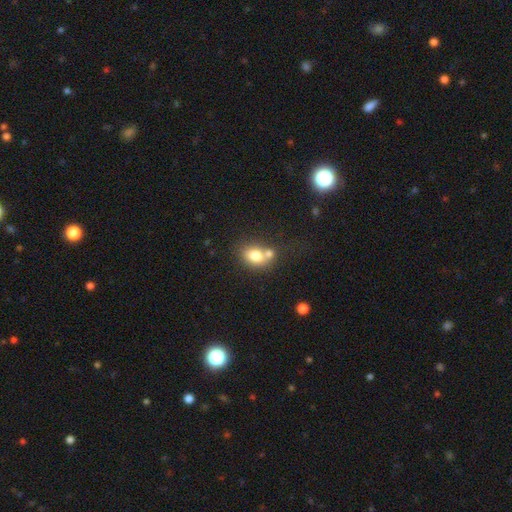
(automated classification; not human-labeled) This is likely a smooth galaxy (77%). How rounded: likely in between (61%). Merging: marginally merger (44%).